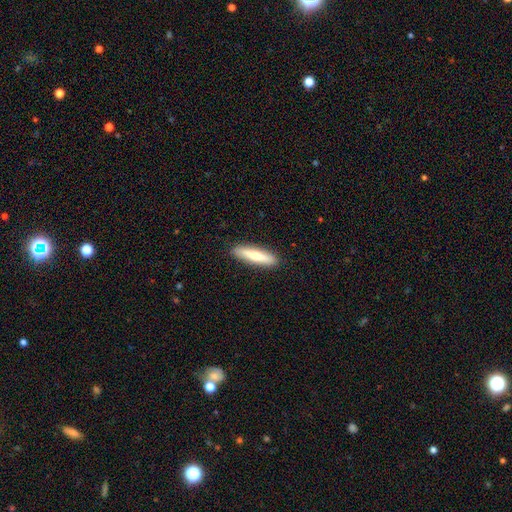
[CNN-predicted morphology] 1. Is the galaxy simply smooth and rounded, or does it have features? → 69% smooth, 25% featured or disk, 5% star or artifact.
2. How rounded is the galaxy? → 81% cigar-shaped, 17% in between, 1% round.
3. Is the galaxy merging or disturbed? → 90% none, 7% minor disturbance, 2% major disturbance, 1% merger.